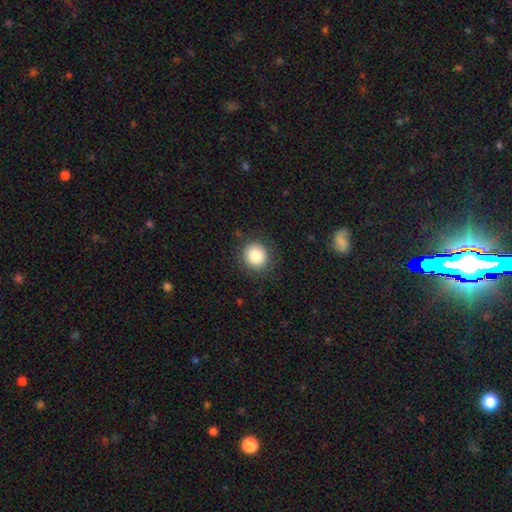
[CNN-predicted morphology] This appears to be a smooth galaxy with no disk features (85%) that is round (89%). Merging: none (88%).